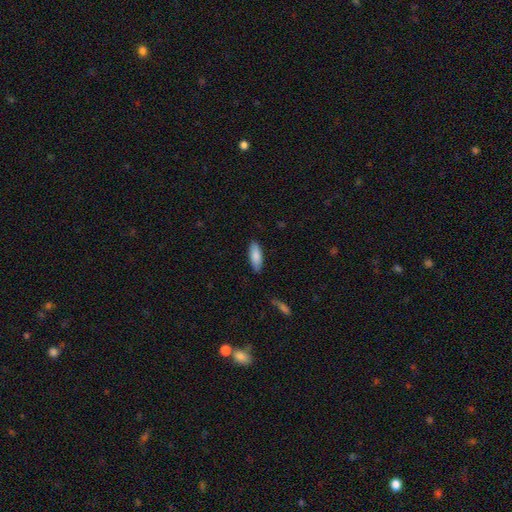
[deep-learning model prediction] Smooth or featured: smooth — 86% (featured or disk — 8%)
How rounded: in between — 65% (cigar-shaped — 33%)
Merging: none — 86% (minor disturbance — 11%)